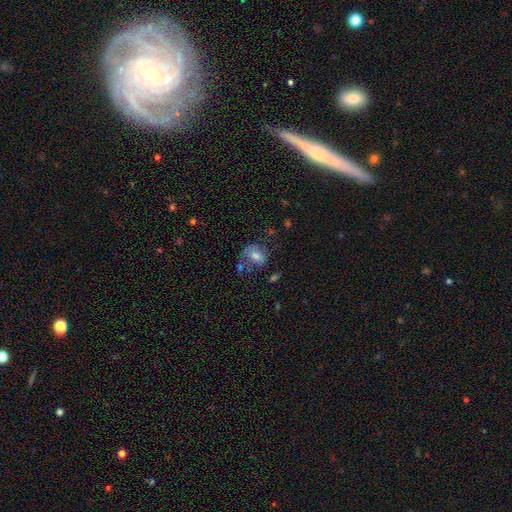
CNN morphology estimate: Overall: smooth (69%). How rounded: in between (67%; round 32%). Merging: none (47%; minor disturbance 25%).